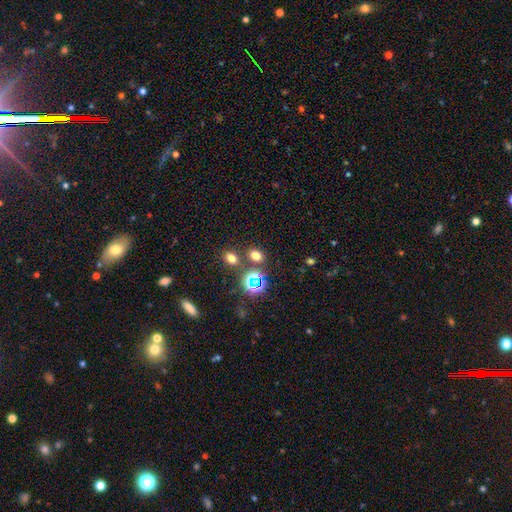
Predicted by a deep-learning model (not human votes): A smooth galaxy with no disk features (67%) that is in between round and cigar-shaped (52%). Merging: none (74%).